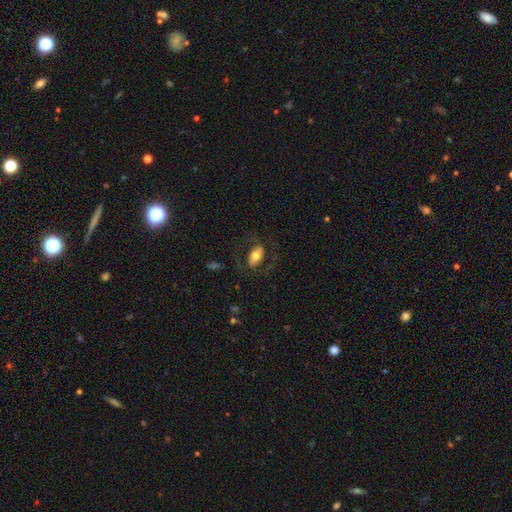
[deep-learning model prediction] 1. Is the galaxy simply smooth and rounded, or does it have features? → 57% smooth, 36% featured or disk, 7% star or artifact.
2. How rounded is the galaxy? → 90% in between, 7% round, 3% cigar-shaped.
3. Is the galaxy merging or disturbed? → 72% none, 13% minor disturbance, 13% major disturbance, 1% merger.